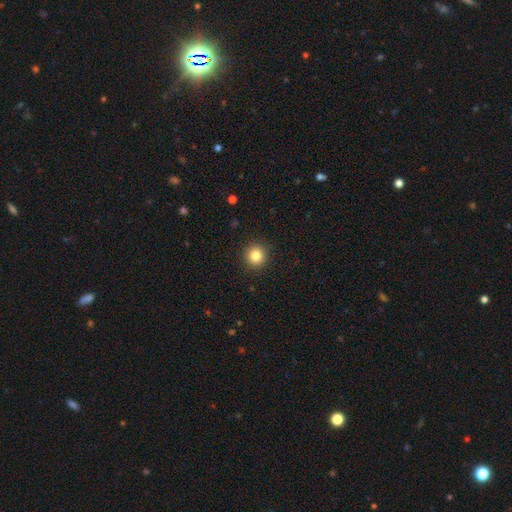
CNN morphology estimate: type=smooth (83%); roundness=round (94%); merging=none (92%).